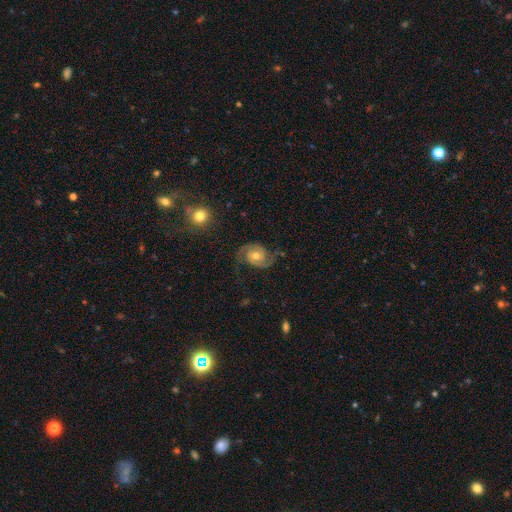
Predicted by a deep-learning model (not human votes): smooth-or-featured: featured or disk: 87% | smooth: 7% | star or artifact: 6%
  disk-edge-on: no: 98% | yes: 2%
    bar: no: 70% | weak: 24% | strong: 6%
    has-spiral-arms: yes: 97% | no: 3%
      spiral-winding: medium: 51% | tight: 32% | loose: 18%
      spiral-arm-count: 2: 93% | can't tell: 2% | 1: 1% | 3: 1% | 4: 1% | more than 4: 1%
    bulge-size: moderate: 71% | small: 22% | large: 5% | none: 1% | dominant: 1%
  merging: none: 76% | minor disturbance: 15% | major disturbance: 7% | merger: 2%